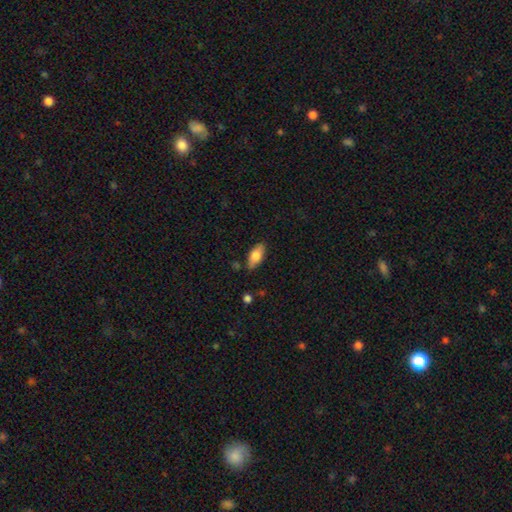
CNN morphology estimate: Smooth or featured: smooth — 76% (featured or disk — 17%)
How rounded: in between — 87% (cigar-shaped — 11%)
Merging: none — 84% (minor disturbance — 12%)